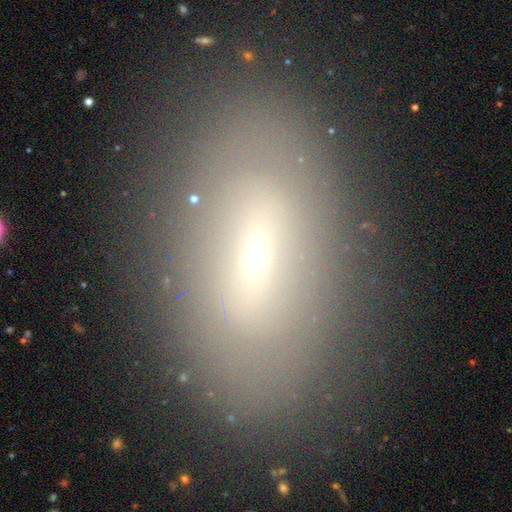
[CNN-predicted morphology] This appears to be a featured or disk galaxy (43%). Merging: none (82%).